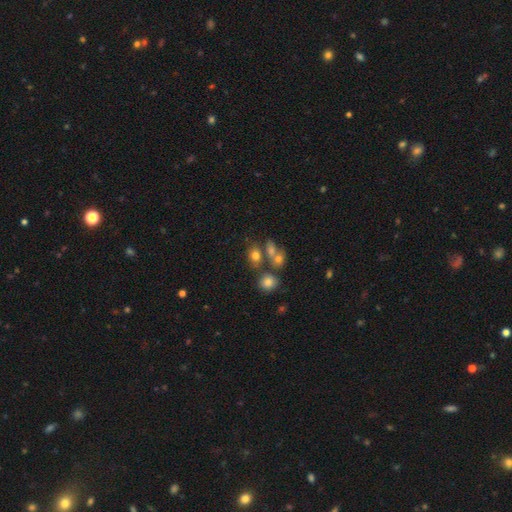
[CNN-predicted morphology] This is likely a smooth galaxy (73%). How rounded: possibly in between (60%). Merging: possibly none (50%).